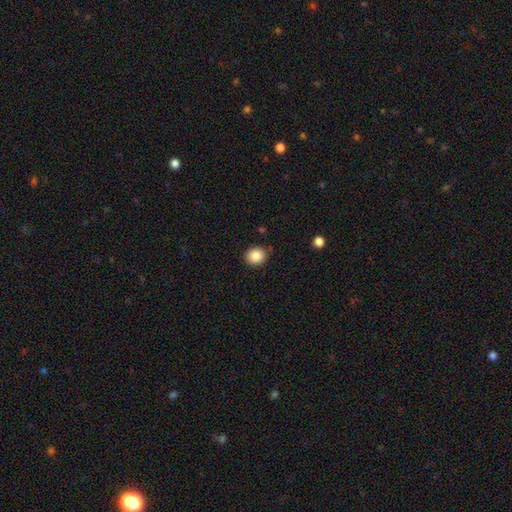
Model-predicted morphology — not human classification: smooth 86%, star or artifact 9%, featured or disk 5%. Down the decision tree: how rounded — round (81%); merging — none (87%).